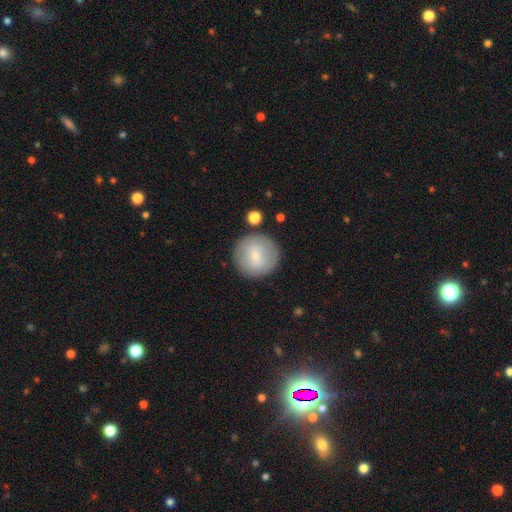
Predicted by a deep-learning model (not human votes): The model was most divided on "smooth or featured": smooth: 73%, featured or disk: 20%, star or artifact: 7%. More confident: how rounded — round (94%); merging — none (83%).